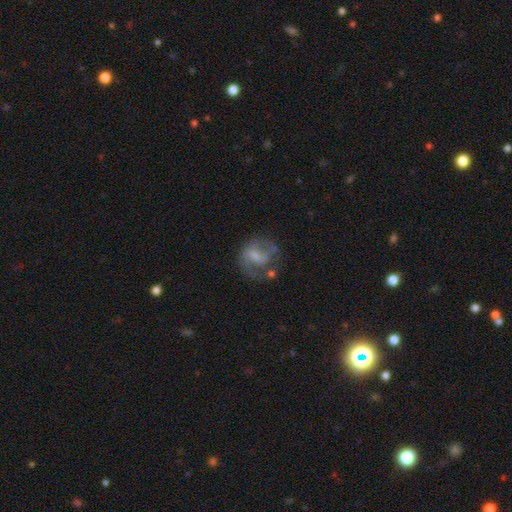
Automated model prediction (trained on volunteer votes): A featured or disk galaxy (64%) with a weak bar (51%), spiral arms (76%) and a small central bulge (45%). Merging: none (50%).